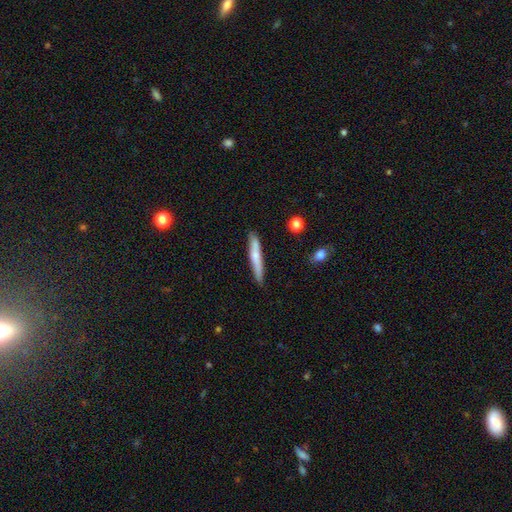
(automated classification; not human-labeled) smooth 58%, featured or disk 36%, star or artifact 6%. Down the decision tree: how rounded — cigar-shaped (94%); merging — none (84%).